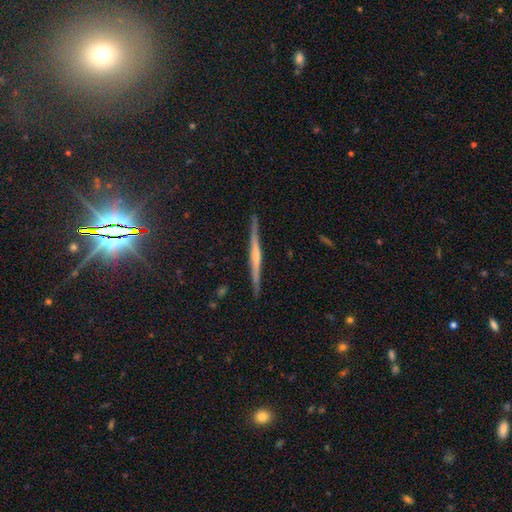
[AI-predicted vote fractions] This appears to be a featured or disk galaxy (77%) viewed edge-on (98%) with a rounded central bulge (66%). Merging: none (91%).